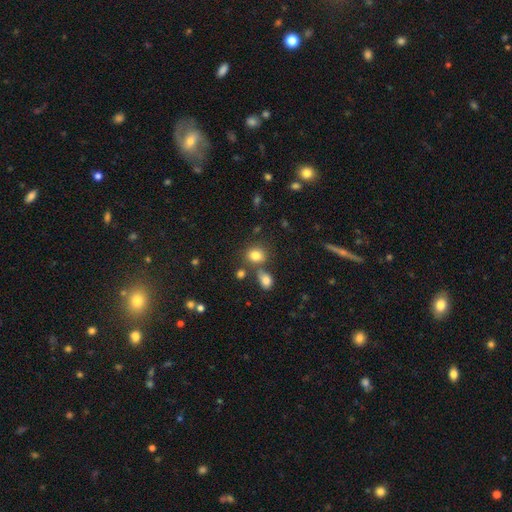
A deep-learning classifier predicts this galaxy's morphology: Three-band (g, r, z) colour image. It shows a smooth galaxy with no disk features (80%) that is round (62%). Merging: none (62%).